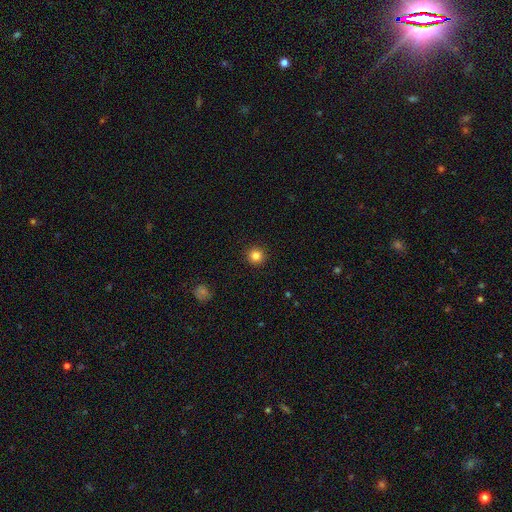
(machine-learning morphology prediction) smooth_or_featured: smooth (p=0.83) [alt: star or artifact p=0.12]
how_rounded: round (p=0.96) [alt: in between p=0.03]
merging: none (p=0.93) [alt: minor disturbance p=0.05]